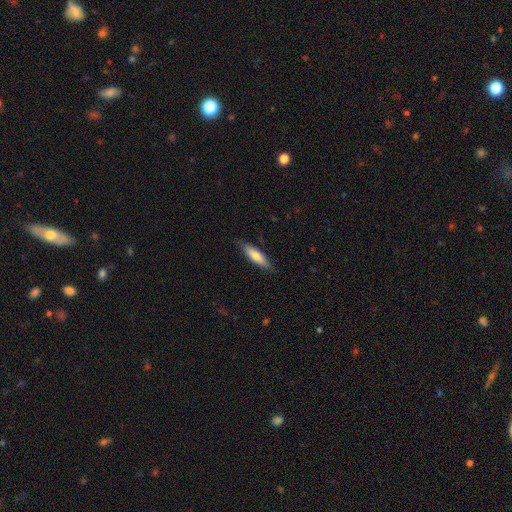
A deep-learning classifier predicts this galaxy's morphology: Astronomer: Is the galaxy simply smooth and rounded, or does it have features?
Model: smooth — 74%.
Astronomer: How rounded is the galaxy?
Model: cigar-shaped — 64%.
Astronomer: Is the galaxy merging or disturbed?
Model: none — 84%.